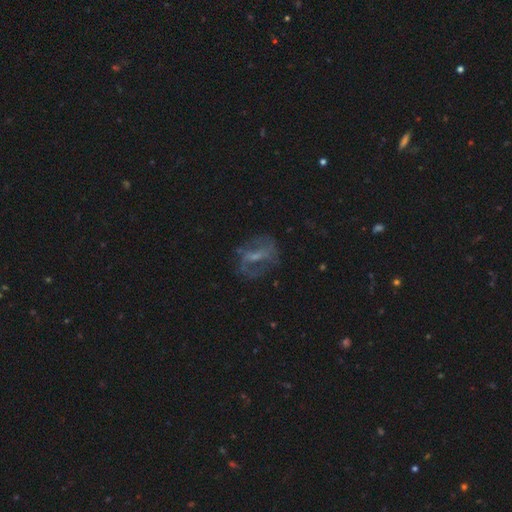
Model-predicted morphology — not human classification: This appears to be a featured or disk galaxy (65%) with a weak bar (42%), spiral arms (57%) and a small central bulge (43%). Merging: none (60%).